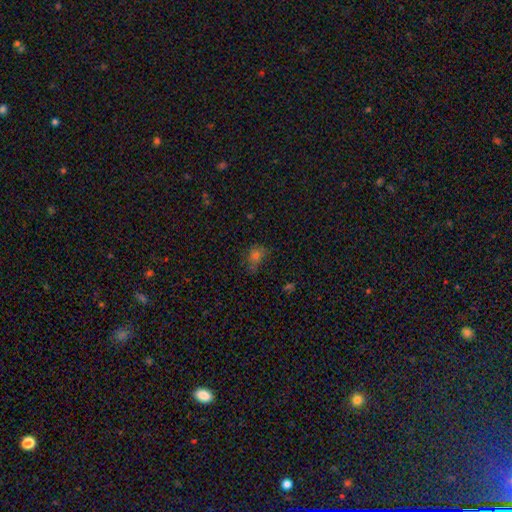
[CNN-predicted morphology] The model was most divided on "how rounded": round: 51%, in between: 47%, cigar-shaped: 2%. More confident: smooth or featured — smooth (59%); merging — none (54%).